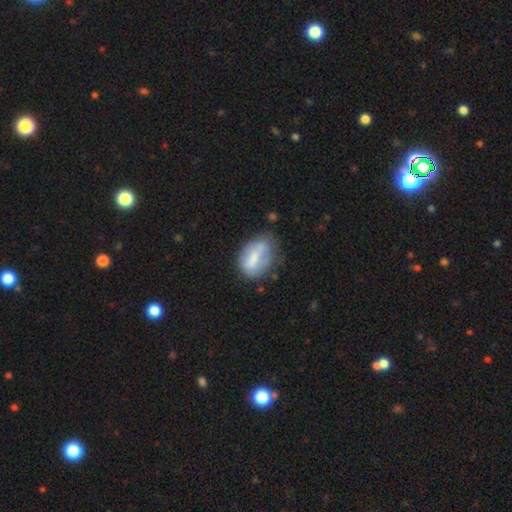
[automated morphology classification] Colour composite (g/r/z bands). It shows a smooth galaxy with no disk features (60%) that is in between round and cigar-shaped (81%). Merging: none (49%).